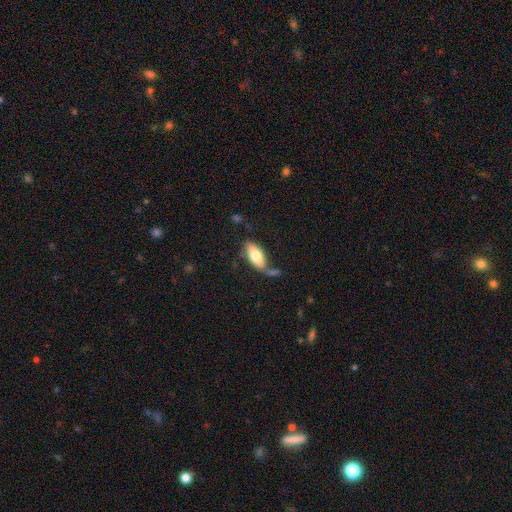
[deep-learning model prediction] Morphology: type=smooth (71%); roundness=in between (89%); merging=none (49%).